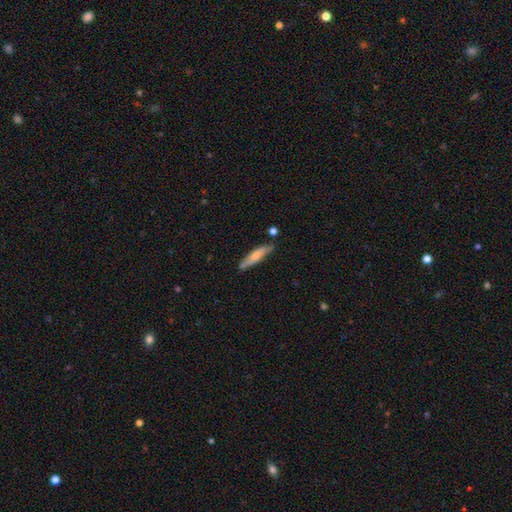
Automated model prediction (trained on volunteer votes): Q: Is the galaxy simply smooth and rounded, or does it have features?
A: smooth — 67%.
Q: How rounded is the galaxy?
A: cigar-shaped — 83%.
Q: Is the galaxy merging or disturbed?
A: none — 73%.